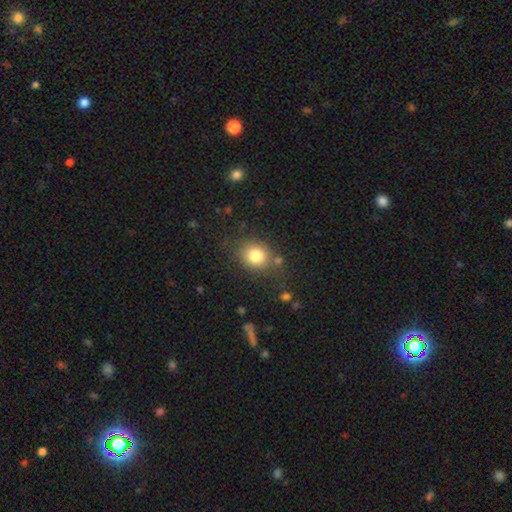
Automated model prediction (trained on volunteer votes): Smooth or featured?
  - smooth: 80% *
  - star or artifact: 11%
  - featured or disk: 8%
How rounded?
  - round: 69% *
  - in between: 30%
  - cigar-shaped: 1%
Merging?
  - none: 78% *
  - minor disturbance: 12%
  - major disturbance: 5%
  - merger: 5%